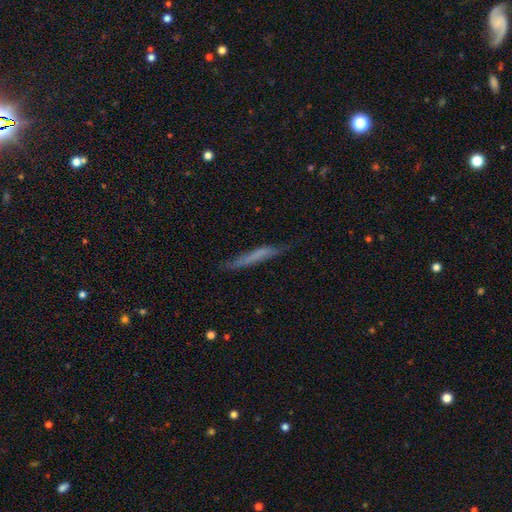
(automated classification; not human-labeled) smooth_or_featured: smooth (p=0.55) [alt: featured or disk p=0.37]
how_rounded: cigar-shaped (p=0.94) [alt: in between p=0.04]
merging: none (p=0.70) [alt: minor disturbance p=0.22]